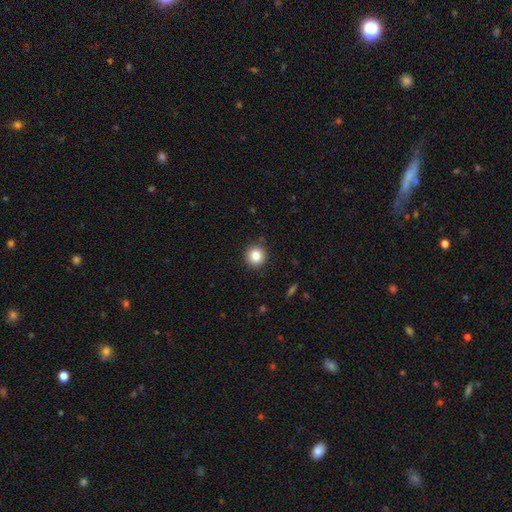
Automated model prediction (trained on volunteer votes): The model was most divided on "smooth or featured": smooth: 84%, star or artifact: 10%, featured or disk: 6%. More confident: how rounded — round (91%); merging — none (90%).